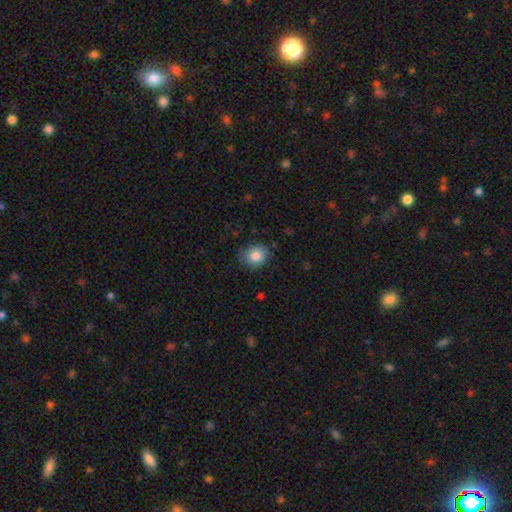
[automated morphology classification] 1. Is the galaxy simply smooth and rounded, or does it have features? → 86% smooth, 9% star or artifact, 6% featured or disk.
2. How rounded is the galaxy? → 69% round, 30% in between, 1% cigar-shaped.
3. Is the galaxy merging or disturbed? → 79% none, 17% minor disturbance, 4% major disturbance, 1% merger.